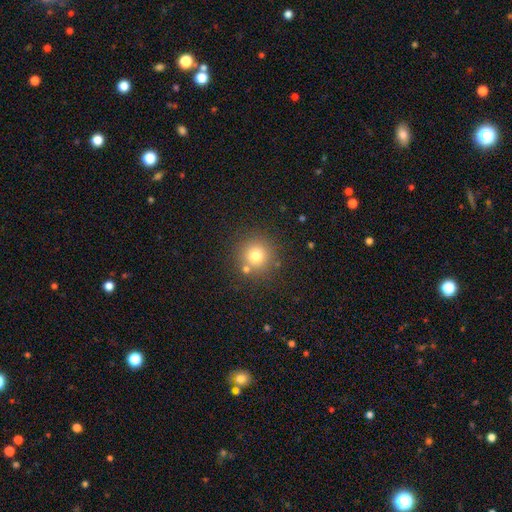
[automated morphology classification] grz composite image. It shows a smooth galaxy with no disk features (76%) that is round (94%). Merging: none (80%).